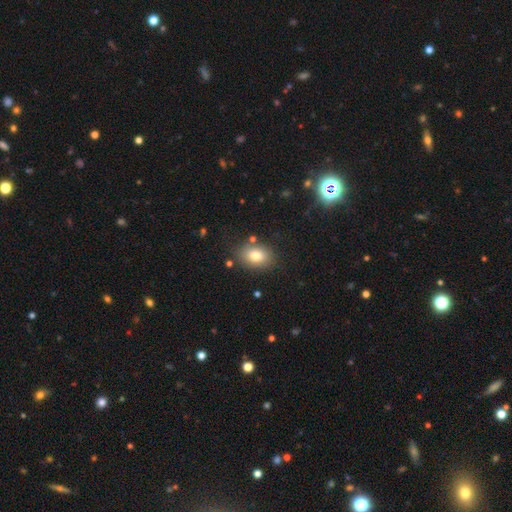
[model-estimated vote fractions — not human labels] Smooth or featured? Predicted: smooth (p=0.80). How rounded? Predicted: in between (p=0.77). Merging? Predicted: none (p=0.82).